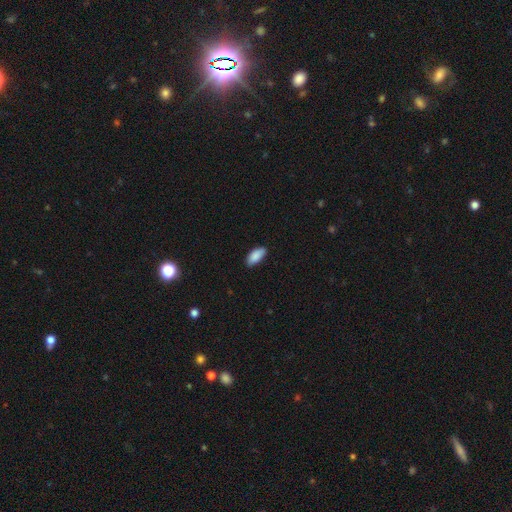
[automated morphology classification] This appears to be a smooth galaxy with no disk features (90%) that is in between round and cigar-shaped (90%). Merging: none (86%).